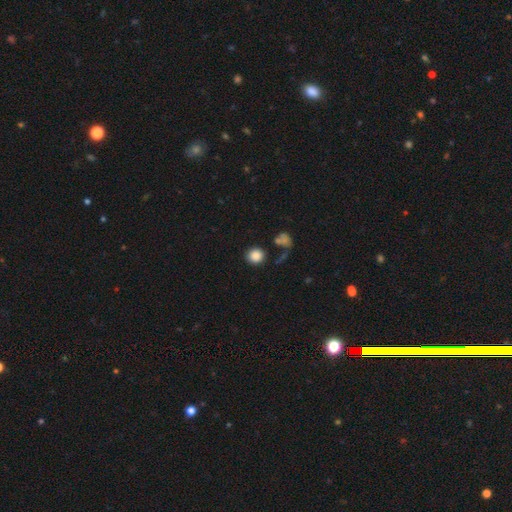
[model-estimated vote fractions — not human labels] Smooth or featured? smooth (86%)
How rounded? round (88%)
Merging? none (82%)